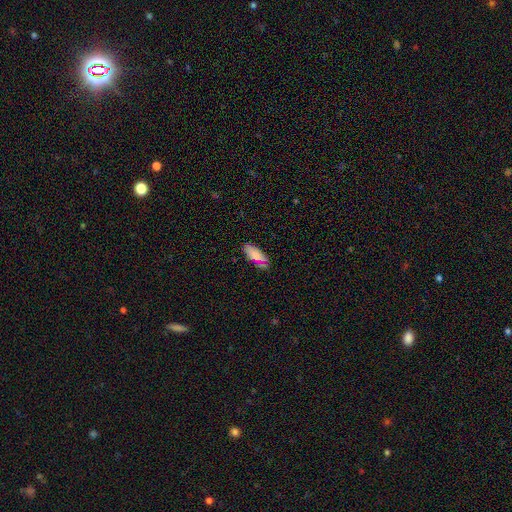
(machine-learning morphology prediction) This is clearly a smooth galaxy (81%). How rounded: likely in between (76%). Merging: likely none (76%).